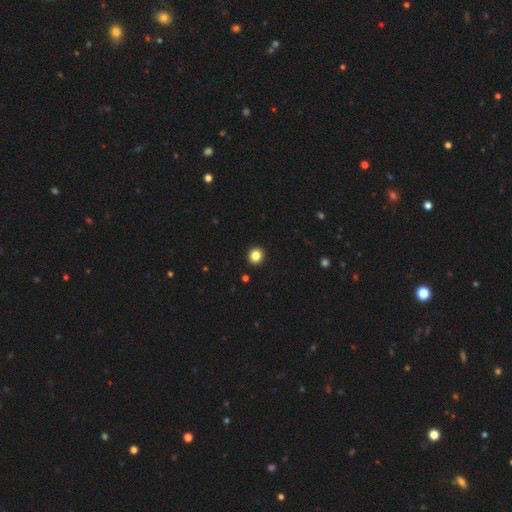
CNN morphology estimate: Overall: smooth (85%). How rounded: round (89%). Merging: none (93%).